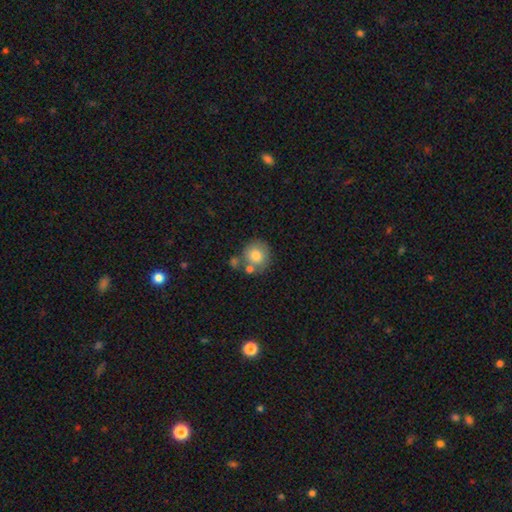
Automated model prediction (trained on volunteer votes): Smooth or featured?
  - smooth: 77% *
  - featured or disk: 14%
  - star or artifact: 9%
How rounded?
  - round: 88% *
  - in between: 11%
  - cigar-shaped: 1%
Merging?
  - none: 61% *
  - merger: 20%
  - minor disturbance: 14%
  - major disturbance: 5%